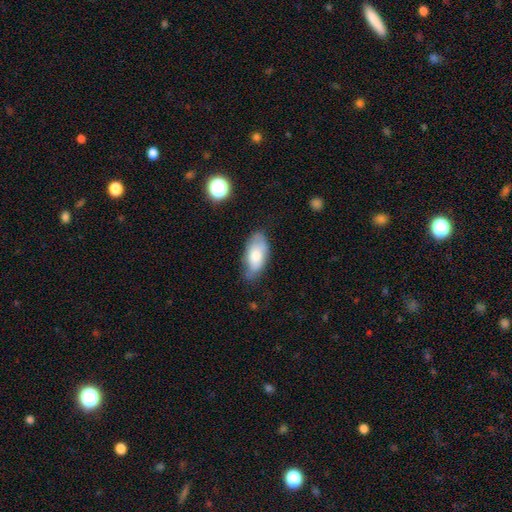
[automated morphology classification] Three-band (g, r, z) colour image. It shows a smooth galaxy with no disk features (73%) that is in between round and cigar-shaped (91%). Merging: none (61%).